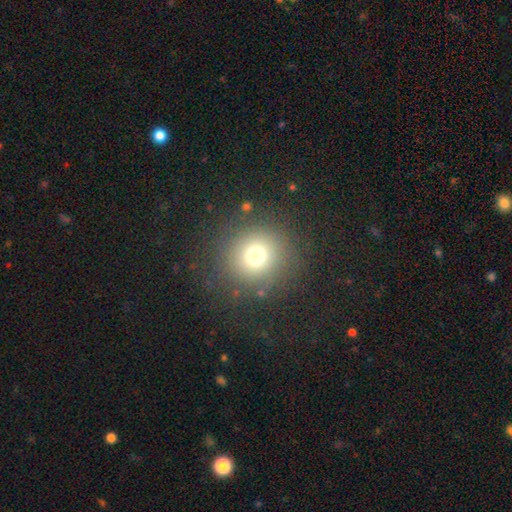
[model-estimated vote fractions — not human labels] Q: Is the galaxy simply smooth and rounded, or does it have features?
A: smooth — 72%.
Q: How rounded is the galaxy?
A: round — 93%.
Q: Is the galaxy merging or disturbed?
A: none — 85%.